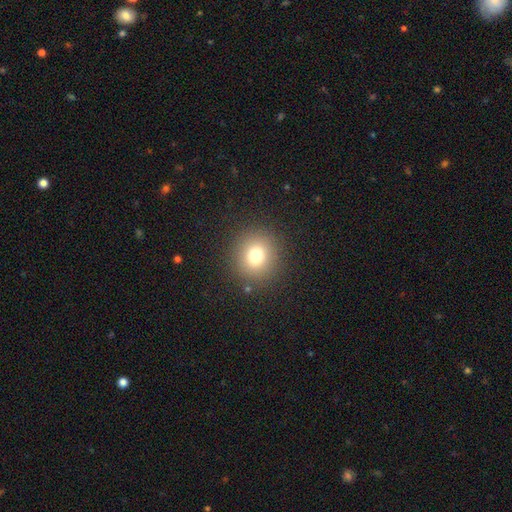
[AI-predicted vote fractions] Smooth or featured: smooth — 76% (star or artifact — 15%)
How rounded: round — 90% (in between — 9%)
Merging: none — 89% (minor disturbance — 6%)